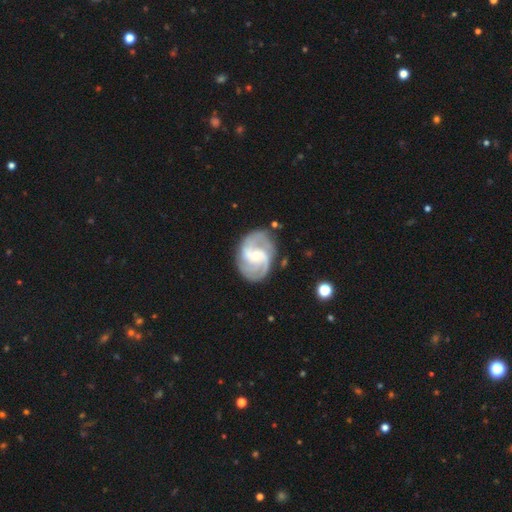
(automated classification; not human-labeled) The model was most divided on "bulge size": small: 49%, moderate: 48%, large: 2%, none: 1%, dominant: 1%. Remaining: edge-on disk — no (98%); spiral arms — yes (97%); smooth or featured — featured or disk (89%); merging — none (77%); spiral arm count — 2 (53%); spiral winding — medium (50%); bar — weak (45%).